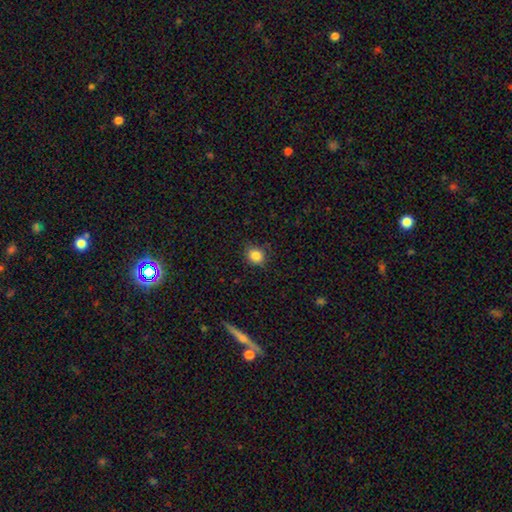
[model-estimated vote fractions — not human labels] smooth_or_featured: smooth (p=0.85) [alt: star or artifact p=0.11]
how_rounded: round (p=0.74) [alt: in between p=0.25]
merging: none (p=0.81) [alt: minor disturbance p=0.14]